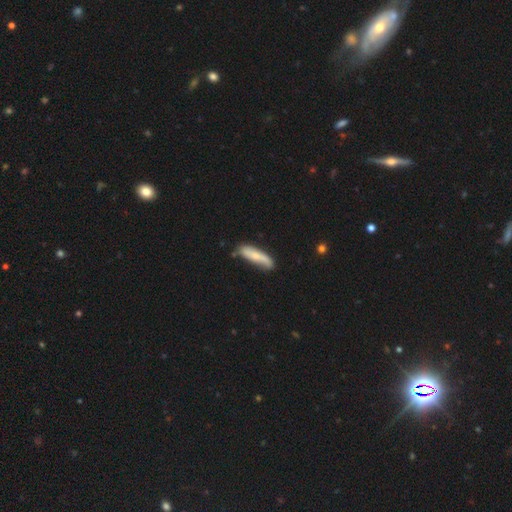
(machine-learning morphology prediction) Q: Smooth or featured?
A: smooth (64%); runner-up: featured or disk (30%)
Q: How rounded?
A: cigar-shaped (71%); runner-up: in between (28%)
Q: Merging?
A: none (64%); runner-up: minor disturbance (26%)